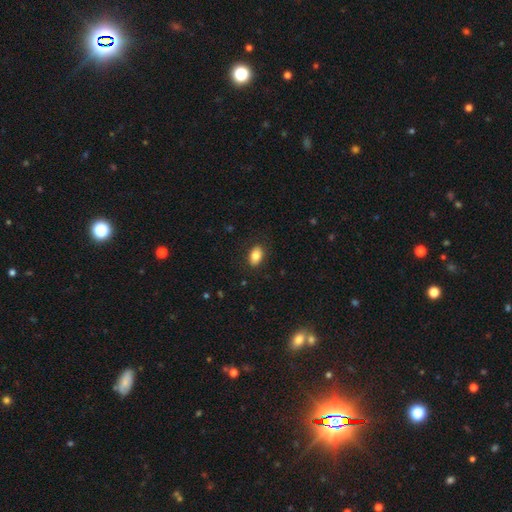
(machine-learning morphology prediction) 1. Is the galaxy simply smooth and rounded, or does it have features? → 83% smooth, 9% featured or disk, 8% star or artifact.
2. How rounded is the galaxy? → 88% in between, 10% round, 2% cigar-shaped.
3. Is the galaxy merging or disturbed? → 88% none, 9% minor disturbance, 2% major disturbance, 1% merger.